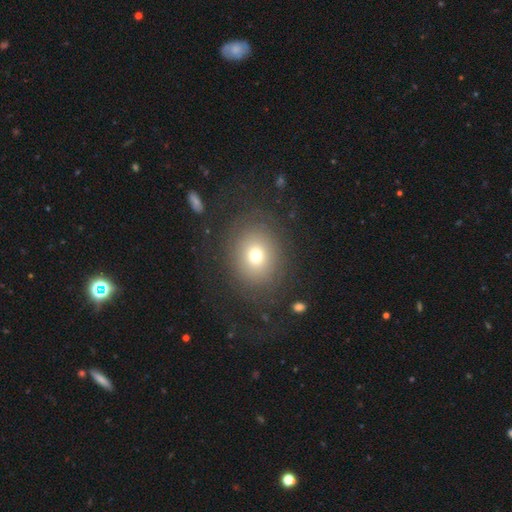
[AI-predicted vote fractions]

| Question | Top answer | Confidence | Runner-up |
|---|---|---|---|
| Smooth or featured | smooth | 67% | featured or disk (19%) |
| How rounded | round | 62% | in between (38%) |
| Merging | none | 79% | minor disturbance (11%) |